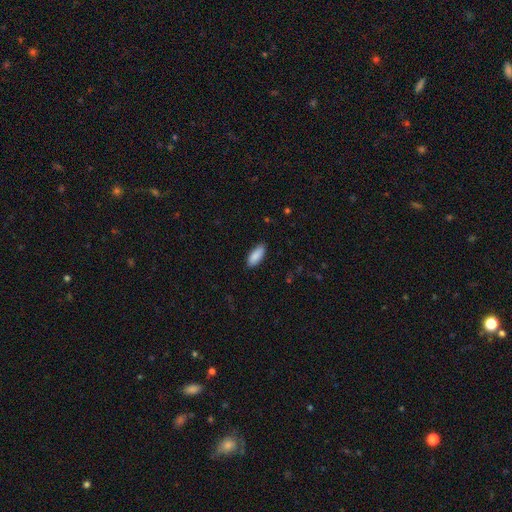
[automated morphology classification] This is clearly a smooth galaxy (89%). How rounded: clearly in between (81%). Merging: clearly none (86%).